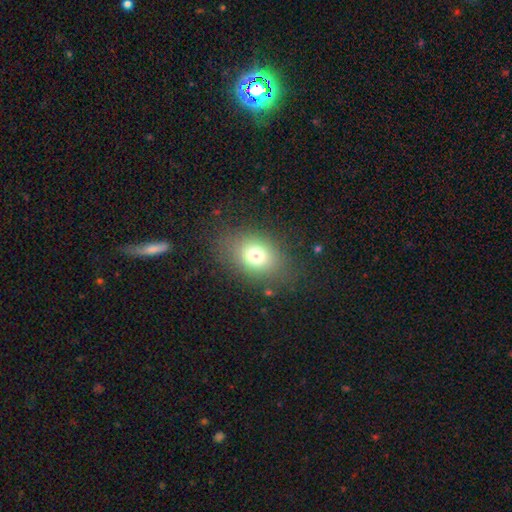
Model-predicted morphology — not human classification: Smooth or featured: smooth — 74% (star or artifact — 14%)
How rounded: in between — 66% (round — 33%)
Merging: none — 79% (minor disturbance — 13%)